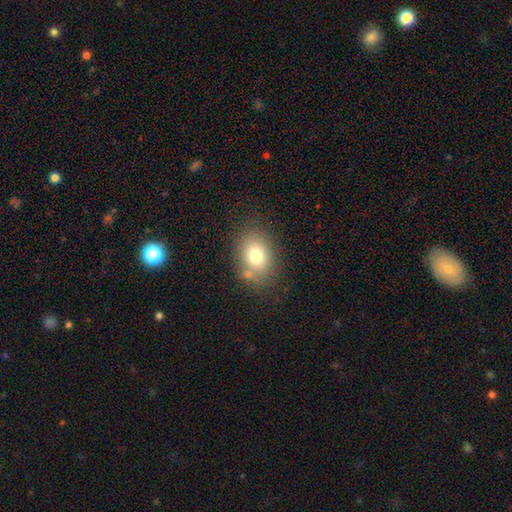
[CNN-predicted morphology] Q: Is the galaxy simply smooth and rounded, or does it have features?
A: smooth — 75%.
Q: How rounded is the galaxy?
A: in between — 65%.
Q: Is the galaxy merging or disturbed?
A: none — 74%.